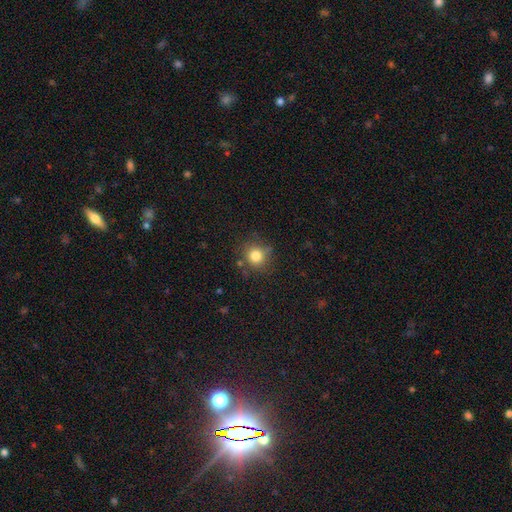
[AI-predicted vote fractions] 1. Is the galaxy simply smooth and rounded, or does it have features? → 81% smooth, 13% star or artifact, 7% featured or disk.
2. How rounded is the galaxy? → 90% round, 9% in between, 1% cigar-shaped.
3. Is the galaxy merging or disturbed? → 81% none, 12% minor disturbance, 3% major disturbance, 3% merger.